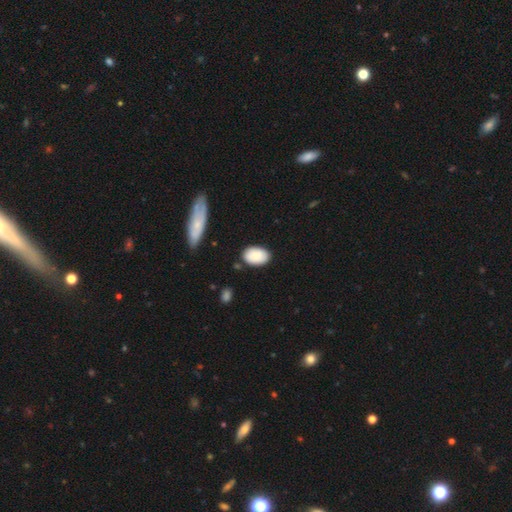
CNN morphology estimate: This is clearly a smooth galaxy (86%). How rounded: clearly in between (91%). Merging: clearly none (81%).